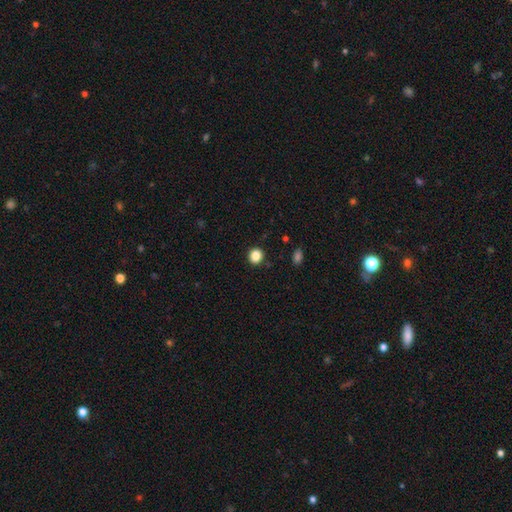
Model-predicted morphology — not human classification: Smooth or featured: smooth — 86% (star or artifact — 11%)
How rounded: round — 83% (in between — 17%)
Merging: none — 90% (minor disturbance — 7%)